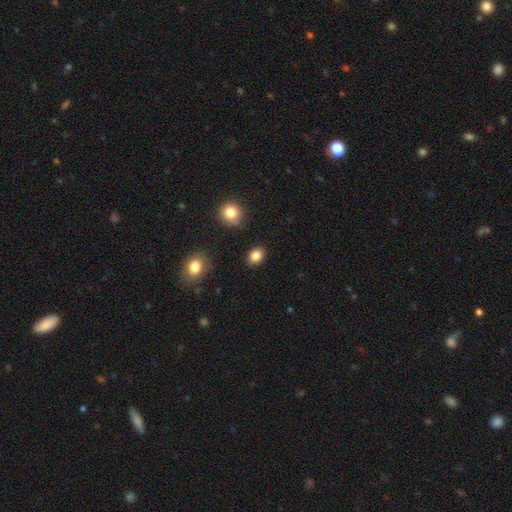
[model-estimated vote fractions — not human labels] A smooth galaxy with no disk features (86%) that is in between round and cigar-shaped (65%). Merging: none (88%).